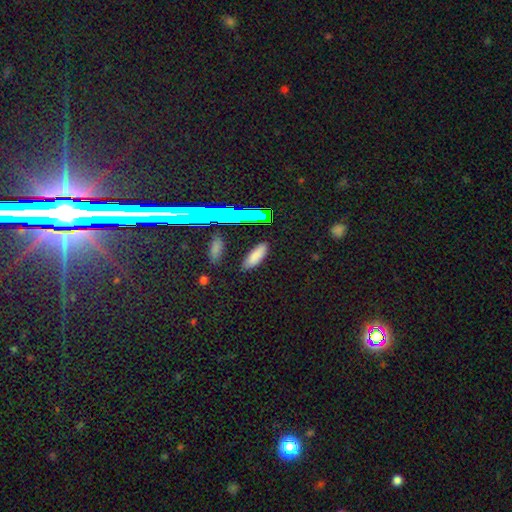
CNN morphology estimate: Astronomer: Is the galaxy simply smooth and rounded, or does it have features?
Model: smooth — 81%.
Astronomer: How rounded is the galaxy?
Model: in between — 63%.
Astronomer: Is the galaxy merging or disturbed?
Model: none — 85%.